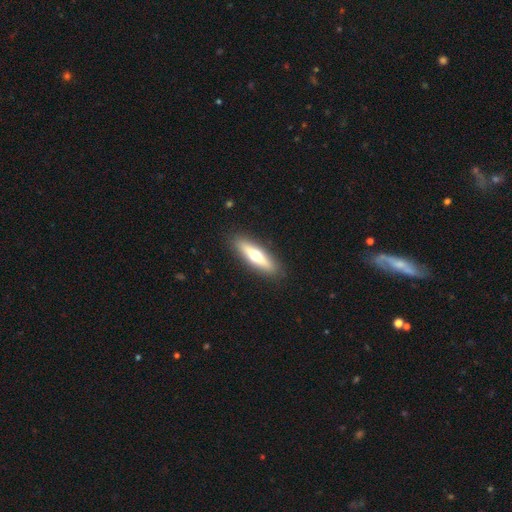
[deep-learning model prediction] Morphology: type=smooth (48%); merging=none (90%).